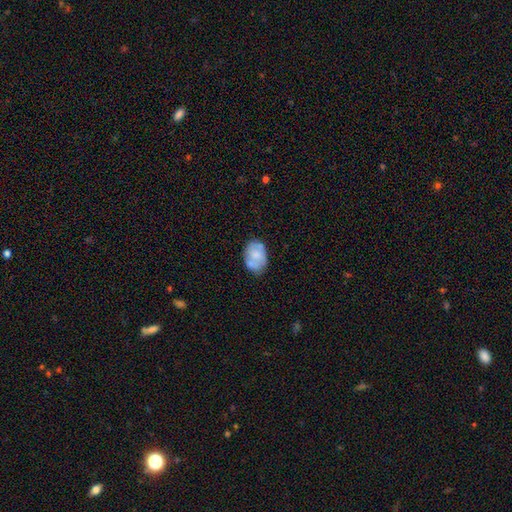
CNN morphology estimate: Smooth or featured? Predicted: smooth (p=0.65). How rounded? Predicted: in between (p=0.82). Merging? Predicted: none (p=0.57).